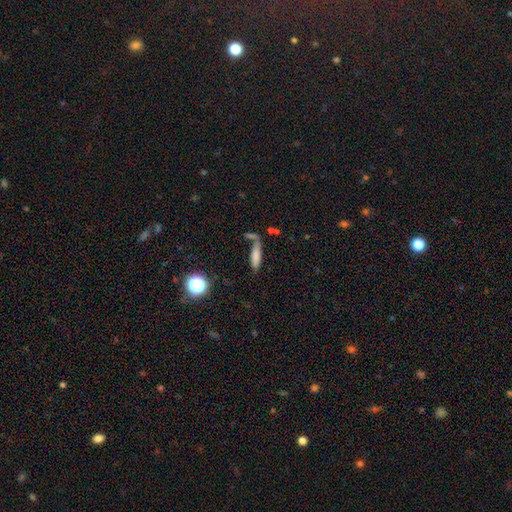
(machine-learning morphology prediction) The model was most divided on "merging": none: 51%, merger: 25%, minor disturbance: 16%, major disturbance: 9%. More confident: smooth or featured — smooth (74%); how rounded — cigar-shaped (65%).